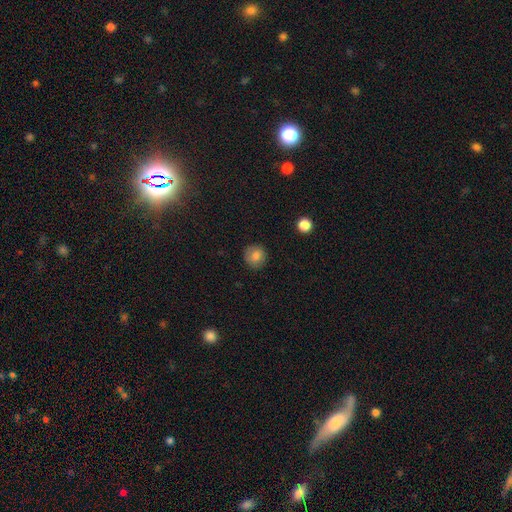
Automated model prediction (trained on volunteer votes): This is clearly a smooth galaxy (81%). How rounded: clearly round (91%). Merging: clearly none (87%).